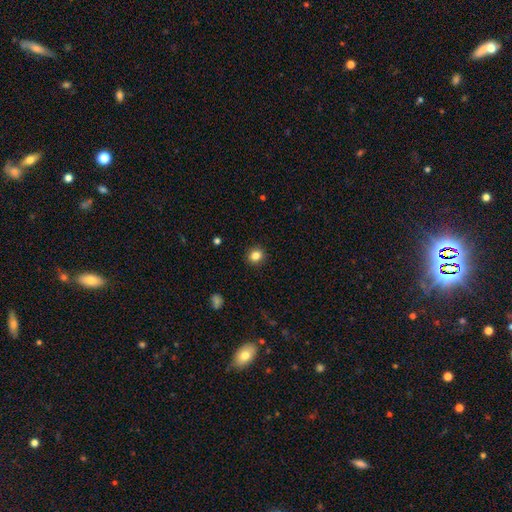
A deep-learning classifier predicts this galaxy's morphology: smooth-or-featured: smooth: 83% | star or artifact: 11% | featured or disk: 5%
  how-rounded: round: 83% | in between: 16% | cigar-shaped: 1%
  merging: none: 91% | minor disturbance: 6% | major disturbance: 2% | merger: 1%